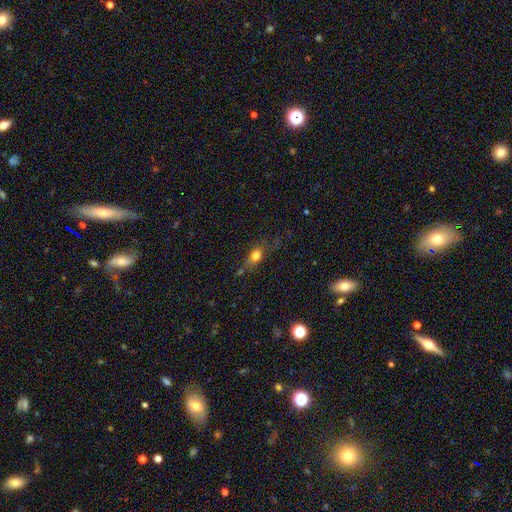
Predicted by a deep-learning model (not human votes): Smooth or featured? smooth (70%)
How rounded? in between (61%)
Merging? none (54%)